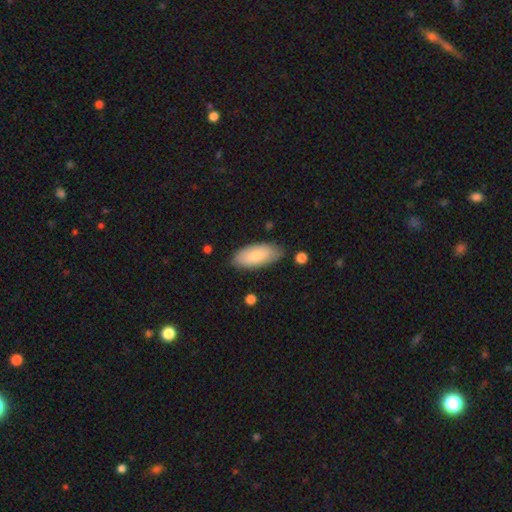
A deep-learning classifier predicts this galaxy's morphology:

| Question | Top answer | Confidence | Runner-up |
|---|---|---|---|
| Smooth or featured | smooth | 77% | featured or disk (17%) |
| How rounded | in between | 89% | cigar-shaped (9%) |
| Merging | none | 80% | minor disturbance (15%) |